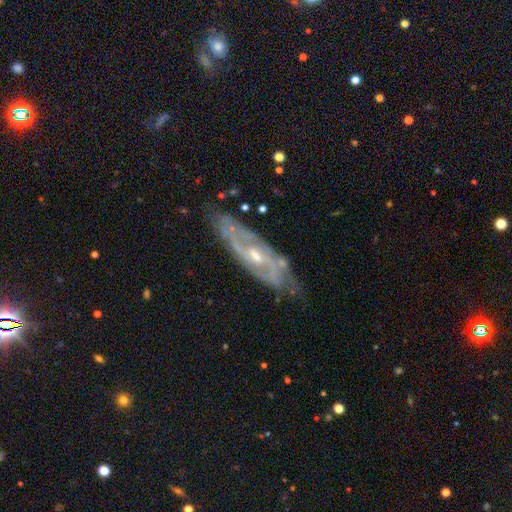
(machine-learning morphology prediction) smooth-or-featured: featured or disk: 83% | smooth: 11% | star or artifact: 6%
  disk-edge-on: no: 77% | yes: 23%
    bar: no: 51% | weak: 37% | strong: 12%
    has-spiral-arms: yes: 84% | no: 16%
      spiral-winding: tight: 47% | medium: 39% | loose: 14%
      spiral-arm-count: 2: 42% | can't tell: 41% | 3: 8% | 1: 3% | 4: 3% | more than 4: 3%
    bulge-size: moderate: 50% | small: 46% | large: 2% | none: 1% | dominant: 1%
  merging: none: 73% | minor disturbance: 19% | major disturbance: 5% | merger: 2%